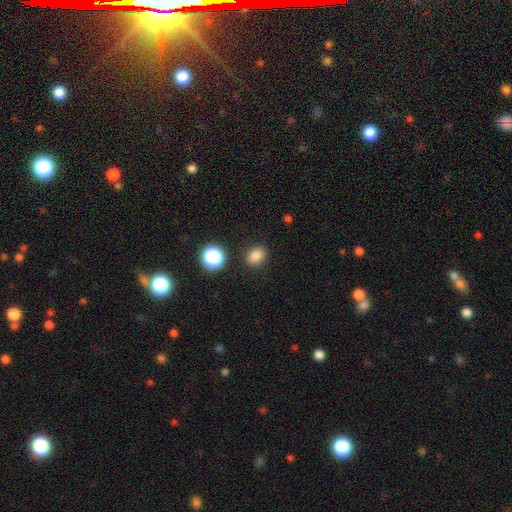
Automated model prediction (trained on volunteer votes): A smooth galaxy with no disk features (82%) that is in between round and cigar-shaped (60%). Merging: none (86%).